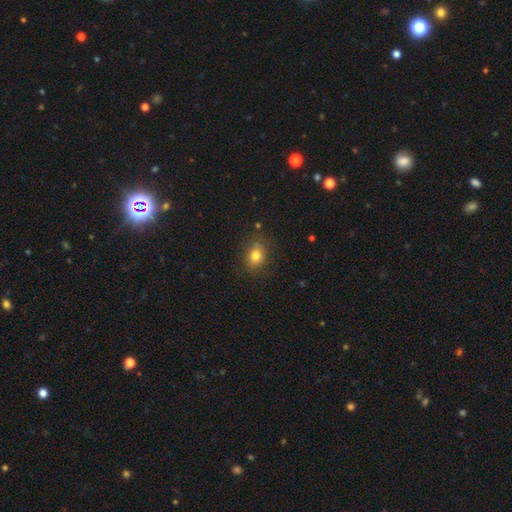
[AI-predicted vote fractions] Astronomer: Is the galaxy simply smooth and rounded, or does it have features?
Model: smooth — 79%.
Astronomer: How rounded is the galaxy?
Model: round — 51% (runner-up: in between, 48%).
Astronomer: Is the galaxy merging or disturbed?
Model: none — 79%.